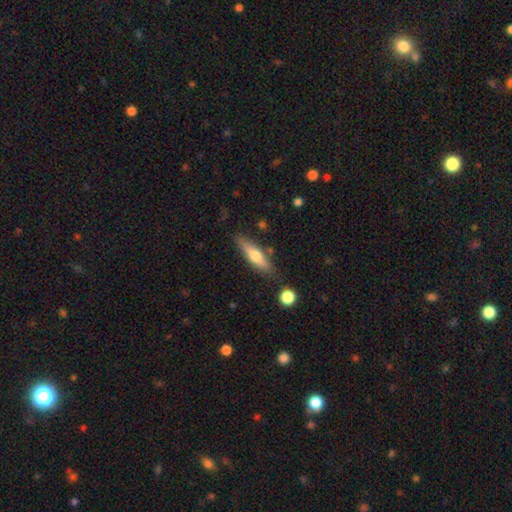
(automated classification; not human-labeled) Smooth or featured?
  - smooth: 51% *
  - featured or disk: 43%
  - star or artifact: 6%
How rounded?
  - cigar-shaped: 72% *
  - in between: 26%
  - round: 2%
Merging?
  - none: 80% *
  - minor disturbance: 13%
  - merger: 4%
  - major disturbance: 3%